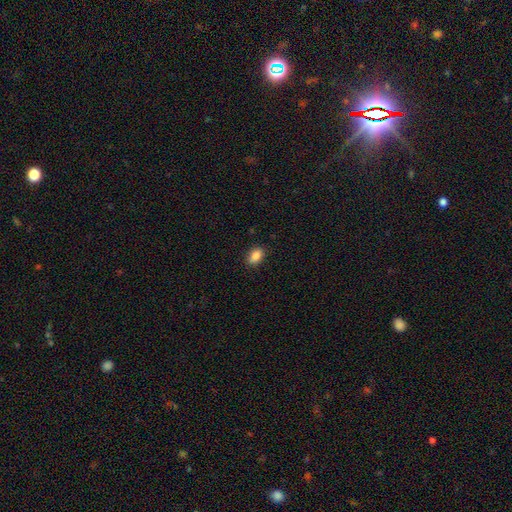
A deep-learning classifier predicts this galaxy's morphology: Smooth or featured?
  - smooth: 87% *
  - star or artifact: 8%
  - featured or disk: 5%
How rounded?
  - in between: 86% *
  - round: 11%
  - cigar-shaped: 3%
Merging?
  - none: 85% *
  - minor disturbance: 12%
  - major disturbance: 2%
  - merger: 1%